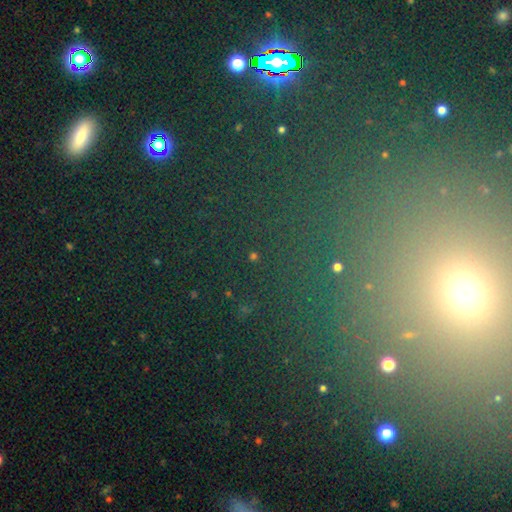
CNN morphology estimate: A star or artifact, not a galaxy (67%).